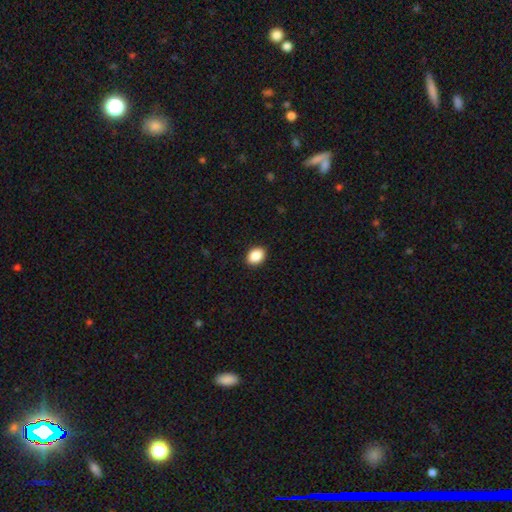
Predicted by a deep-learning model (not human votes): smooth_or_featured: smooth (p=0.89) [alt: star or artifact p=0.08]
how_rounded: in between (p=0.68) [alt: round p=0.31]
merging: none (p=0.91) [alt: minor disturbance p=0.06]